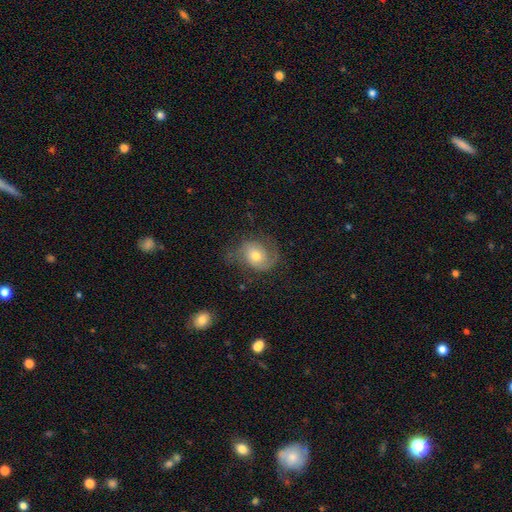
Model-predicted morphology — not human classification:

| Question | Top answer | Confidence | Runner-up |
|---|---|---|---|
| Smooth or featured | featured or disk | 65% | smooth (27%) |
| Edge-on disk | no | 97% | yes (3%) |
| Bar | no | 72% | weak (24%) |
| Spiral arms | yes | 90% | no (10%) |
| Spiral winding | medium | 43% | tight (32%) |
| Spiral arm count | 2 | 68% | 1 (15%) |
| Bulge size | moderate | 66% | small (26%) |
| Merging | none | 61% | minor disturbance (23%) |